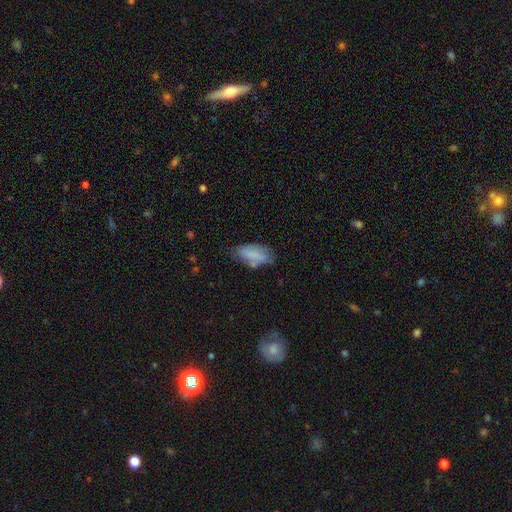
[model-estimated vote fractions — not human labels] A smooth galaxy with no disk features (78%) that is in between round and cigar-shaped (88%).

Vote fractions:
- Smooth or featured? smooth: 78% / featured or disk: 15% / star or artifact: 7%
- How rounded? in between: 88% / cigar-shaped: 9% / round: 3%
- Merging? none: 55% / minor disturbance: 30% / major disturbance: 9% / merger: 6%